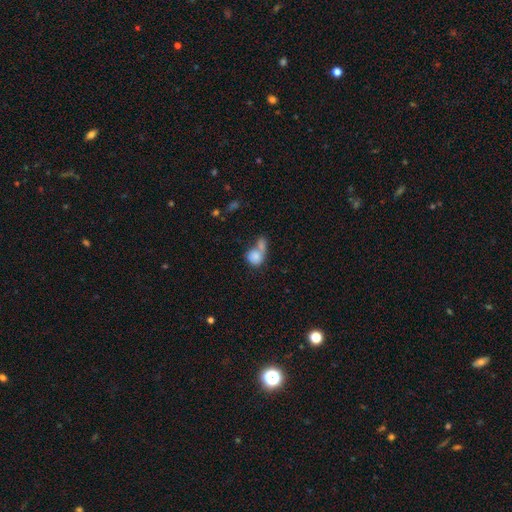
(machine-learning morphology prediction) type=smooth (80%); roundness=round (64%); merging=merger (60%).